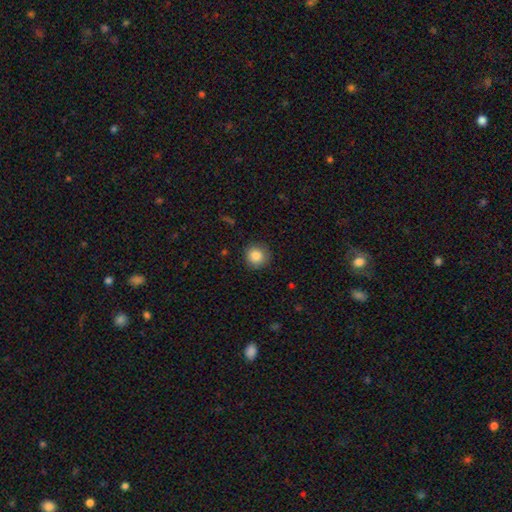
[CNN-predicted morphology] Smooth or featured? smooth (87%)
How rounded? round (92%)
Merging? none (86%)